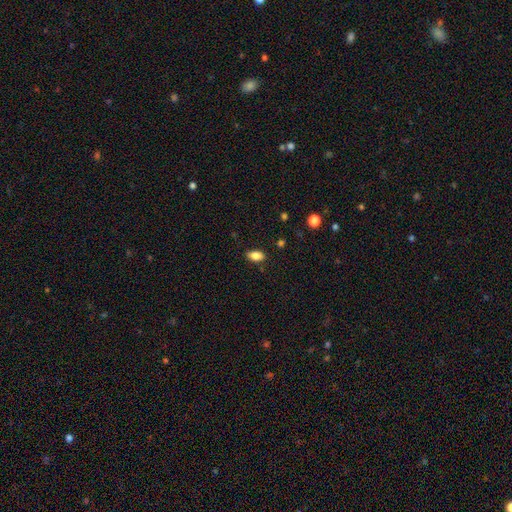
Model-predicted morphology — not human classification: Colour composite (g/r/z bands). It shows a smooth galaxy with no disk features (83%) that is in between round and cigar-shaped (90%). Merging: none (84%).